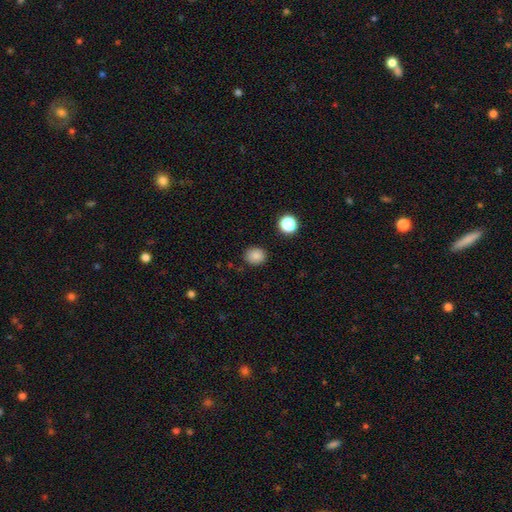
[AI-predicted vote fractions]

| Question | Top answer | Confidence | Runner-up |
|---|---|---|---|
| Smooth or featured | smooth | 84% | star or artifact (11%) |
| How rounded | round | 75% | in between (24%) |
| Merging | none | 87% | minor disturbance (9%) |